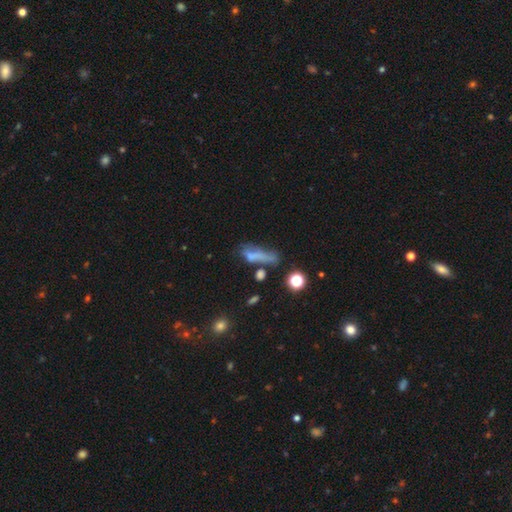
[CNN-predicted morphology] type=smooth (56%); roundness=cigar-shaped (53%); merging=none (33%).